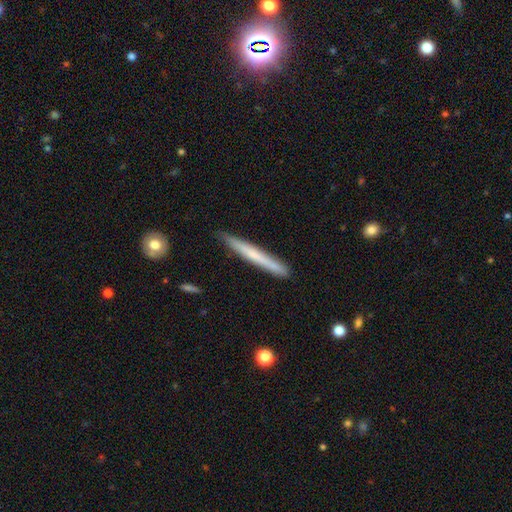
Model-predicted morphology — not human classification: type=smooth (56%); roundness=cigar-shaped (97%); merging=none (88%).